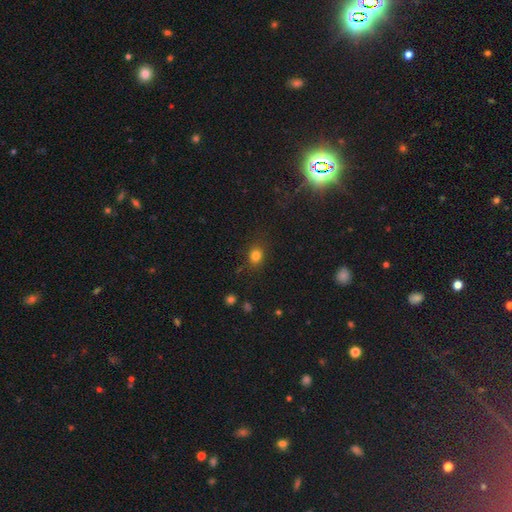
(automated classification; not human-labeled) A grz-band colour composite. It shows a smooth galaxy with no disk features (80%) that is round (59%). Merging: none (81%).